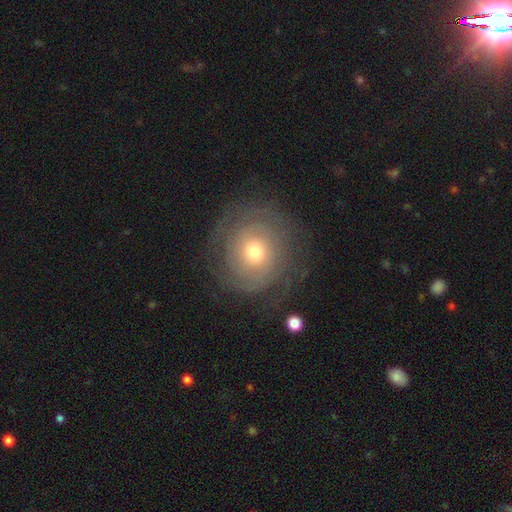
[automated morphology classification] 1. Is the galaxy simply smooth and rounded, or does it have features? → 63% featured or disk, 27% smooth, 9% star or artifact.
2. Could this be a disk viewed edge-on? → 97% no, 3% yes.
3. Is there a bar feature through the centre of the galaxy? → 82% no, 15% weak, 4% strong.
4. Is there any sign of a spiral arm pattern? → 83% yes, 17% no.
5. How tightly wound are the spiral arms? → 74% tight, 19% medium, 7% loose.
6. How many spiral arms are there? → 43% can't tell, 30% 2, 11% 3, 6% 1, 5% 4, 5% more than 4.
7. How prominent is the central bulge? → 59% moderate, 32% small, 7% large, 1% dominant, 1% none.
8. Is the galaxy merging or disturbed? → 78% none, 13% minor disturbance, 7% major disturbance, 1% merger.